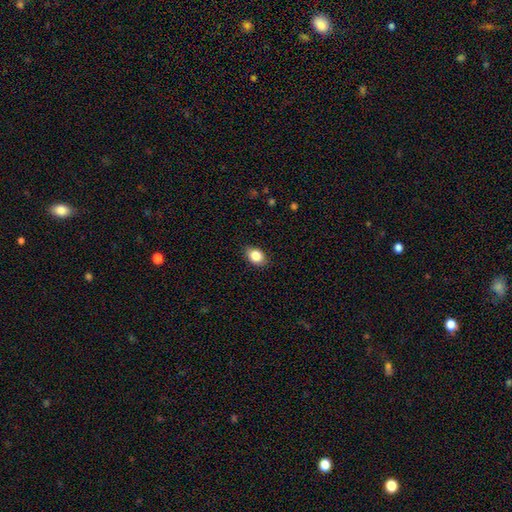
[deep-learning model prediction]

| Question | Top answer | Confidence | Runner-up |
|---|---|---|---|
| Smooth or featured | smooth | 86% | star or artifact (8%) |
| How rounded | in between | 75% | round (24%) |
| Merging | none | 85% | minor disturbance (11%) |